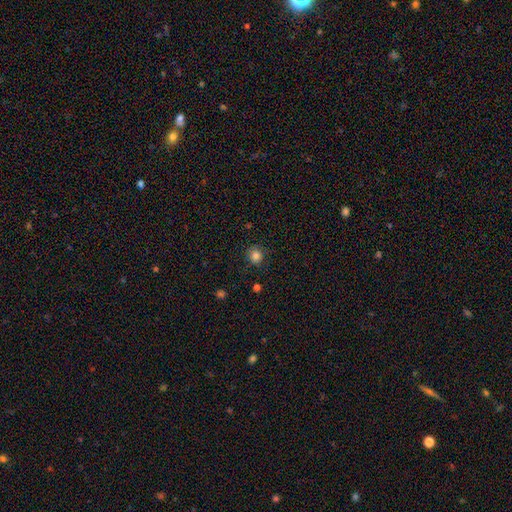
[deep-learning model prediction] smooth 84%, star or artifact 12%, featured or disk 4%. Down the decision tree: how rounded — round (85%); merging — none (86%).